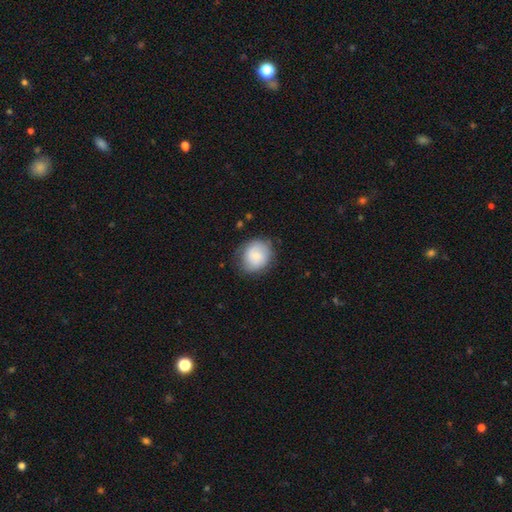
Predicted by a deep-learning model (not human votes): Smooth or featured? Predicted: smooth (p=0.73). How rounded? Predicted: round (p=0.76). Merging? Predicted: none (p=0.77).